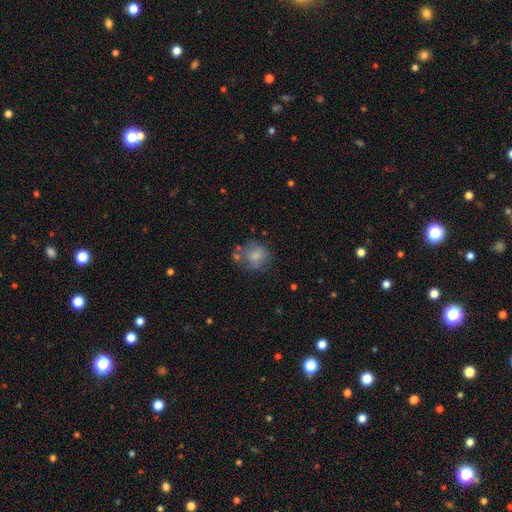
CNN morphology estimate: Smooth or featured? smooth (75%)
How rounded? round (78%)
Merging? none (58%)